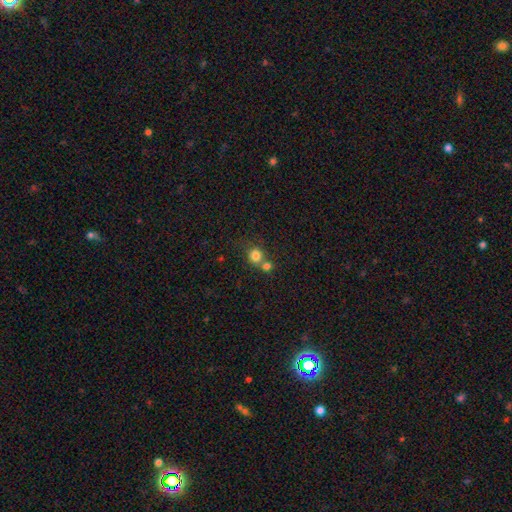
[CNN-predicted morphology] Overall: smooth (80%). How rounded: round (84%). Merging: none (47%; merger 41%).